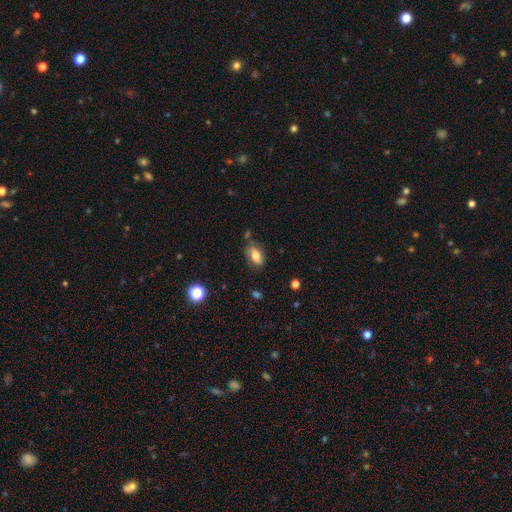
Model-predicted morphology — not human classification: smooth_or_featured: smooth (p=0.61) [alt: featured or disk p=0.30]
how_rounded: in between (p=0.87) [alt: round p=0.08]
merging: none (p=0.69) [alt: minor disturbance p=0.21]